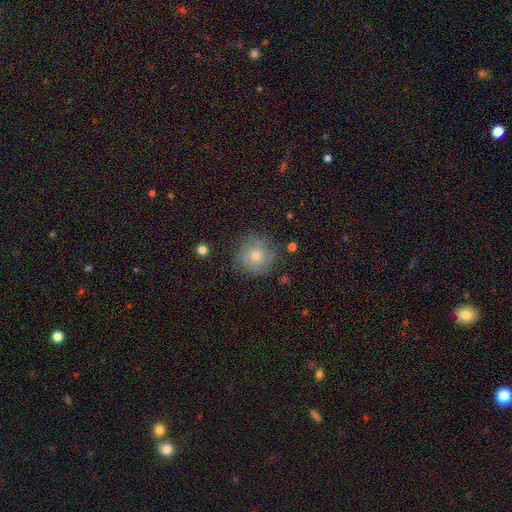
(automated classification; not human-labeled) Q: Smooth or featured?
A: smooth (54%); runner-up: featured or disk (31%)
Q: How rounded?
A: round (93%); runner-up: in between (6%)
Q: Merging?
A: none (80%); runner-up: minor disturbance (14%)